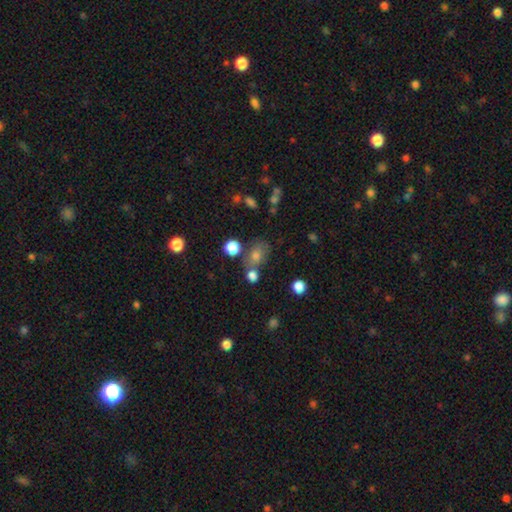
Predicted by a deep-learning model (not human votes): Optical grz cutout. It shows a smooth galaxy with no disk features (69%) that is in between round and cigar-shaped (59%). Merging: none (63%).